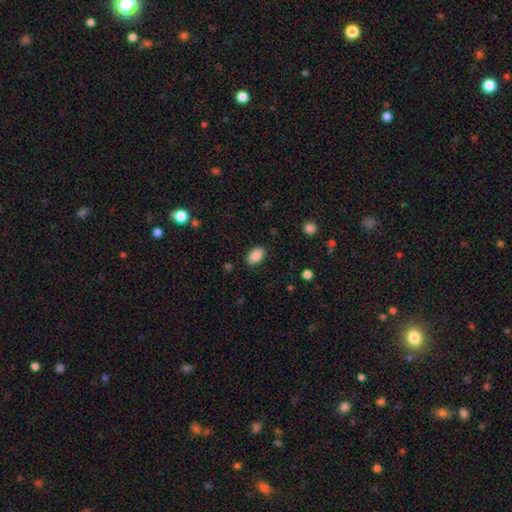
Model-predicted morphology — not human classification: A smooth galaxy with no disk features (88%) that is in between round and cigar-shaped (89%). Merging: none (86%).